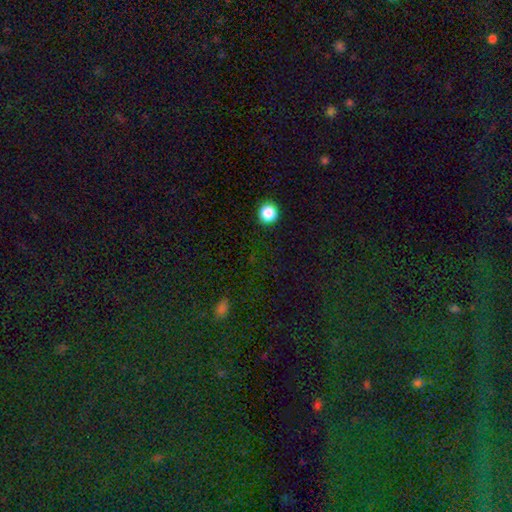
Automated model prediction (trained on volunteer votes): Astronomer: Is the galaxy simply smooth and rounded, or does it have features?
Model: star or artifact — 70%.